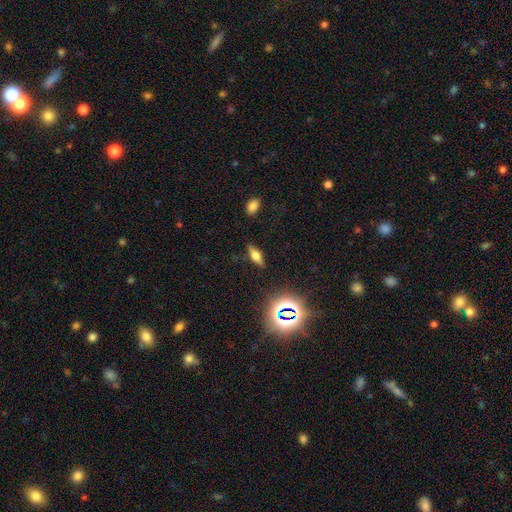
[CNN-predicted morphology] Smooth or featured? smooth (42%)
Merging? none (86%)